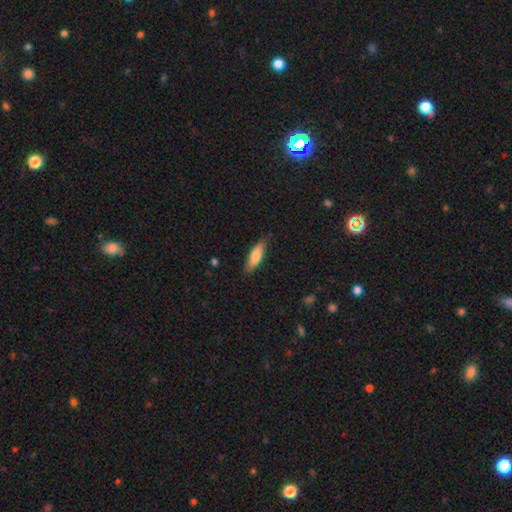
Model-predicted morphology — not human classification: Q: Smooth or featured?
A: smooth (73%); runner-up: featured or disk (21%)
Q: How rounded?
A: in between (54%); runner-up: cigar-shaped (43%)
Q: Merging?
A: none (76%); runner-up: minor disturbance (19%)